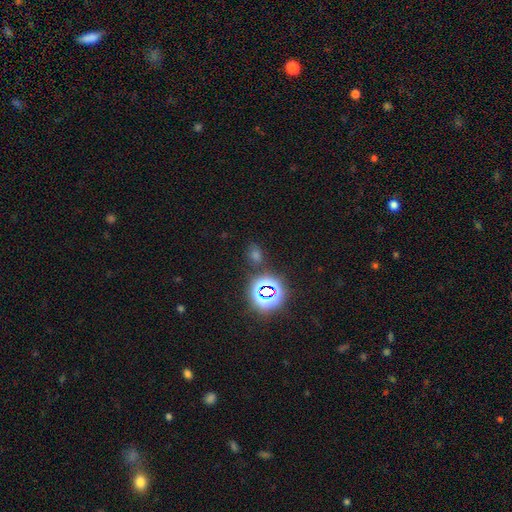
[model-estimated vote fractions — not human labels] A star or artifact, not a galaxy (53%).

Vote fractions:
- Smooth or featured? star or artifact: 53% / smooth: 39% / featured or disk: 7%